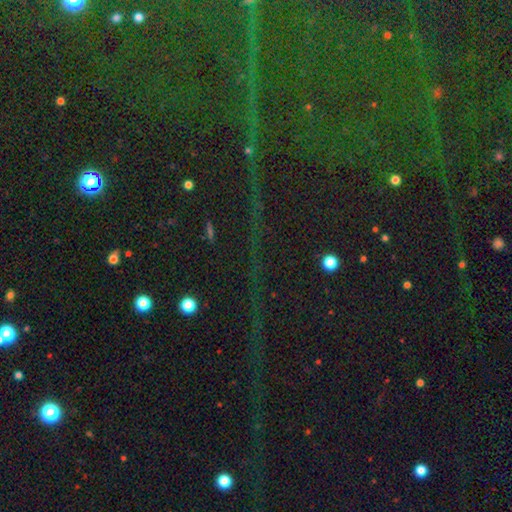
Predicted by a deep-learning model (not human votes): This appears to be a star or artifact, not a galaxy (81%).